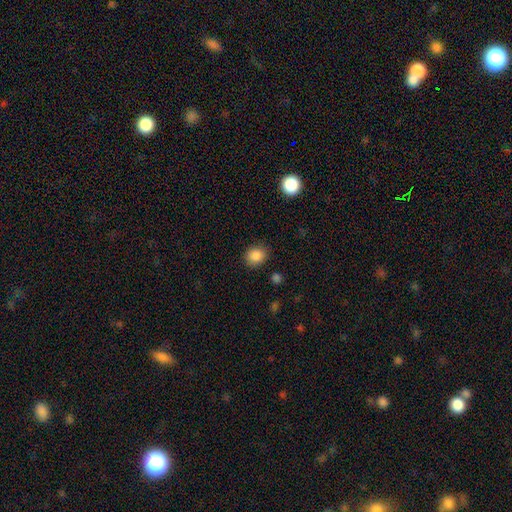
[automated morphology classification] This is clearly a smooth galaxy (87%). How rounded: likely round (66%). Merging: clearly none (85%).